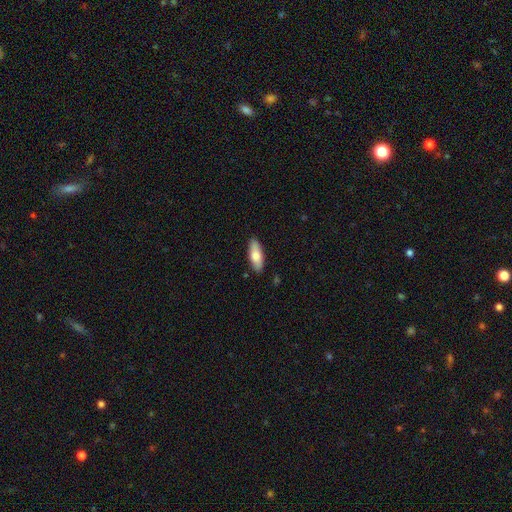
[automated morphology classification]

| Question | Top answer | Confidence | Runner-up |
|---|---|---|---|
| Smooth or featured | smooth | 75% | featured or disk (19%) |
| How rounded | in between | 69% | cigar-shaped (29%) |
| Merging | none | 87% | minor disturbance (10%) |